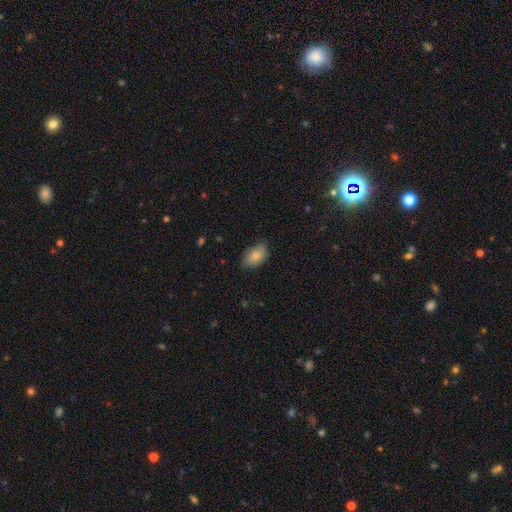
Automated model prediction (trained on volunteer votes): A smooth galaxy with no disk features (82%) that is in between round and cigar-shaped (91%). Merging: none (68%).